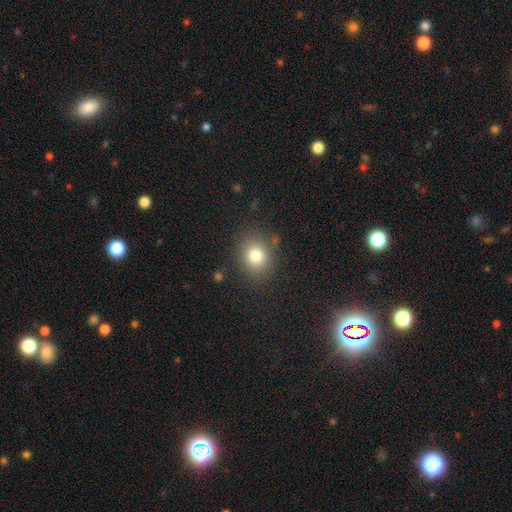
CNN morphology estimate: A smooth galaxy with no disk features (79%) that is round (62%). Merging: none (82%).